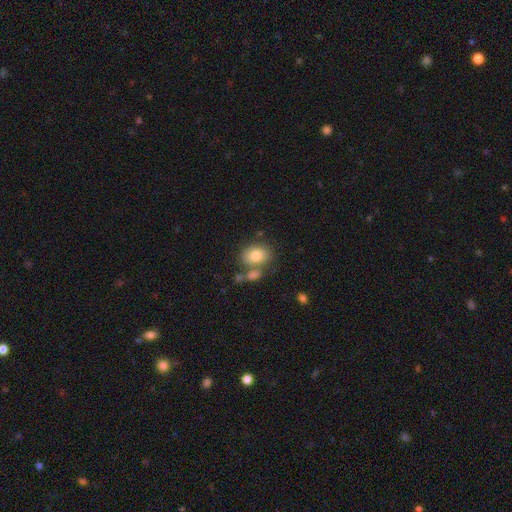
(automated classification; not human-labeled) smooth 81%, featured or disk 11%, star or artifact 8%. Down the decision tree: how rounded — in between (71%); merging — none (56%).